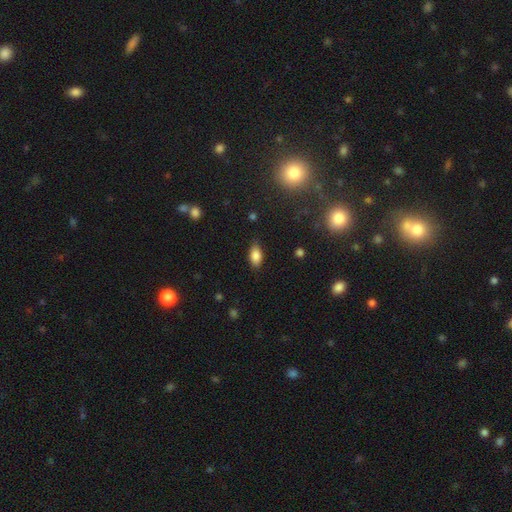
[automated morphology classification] Overall: smooth (82%). How rounded: in between (89%). Merging: none (79%).